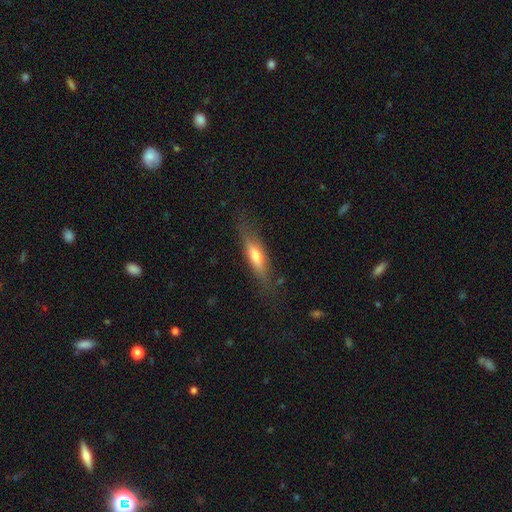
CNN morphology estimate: Smooth or featured: smooth — 54% (featured or disk — 40%)
How rounded: cigar-shaped — 68% (in between — 29%)
Merging: none — 77% (minor disturbance — 16%)